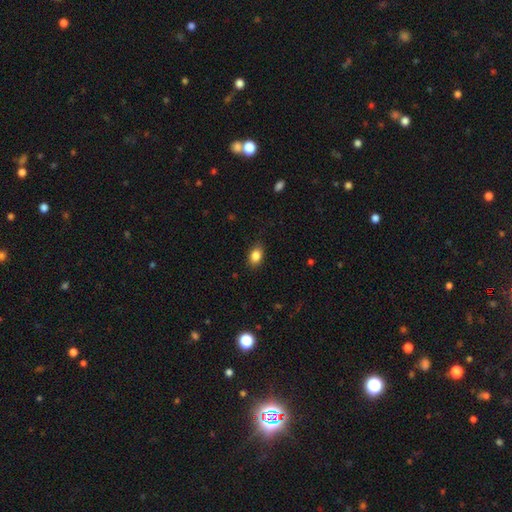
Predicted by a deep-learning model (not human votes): A smooth galaxy with no disk features (85%) that is in between round and cigar-shaped (81%). Merging: none (84%).